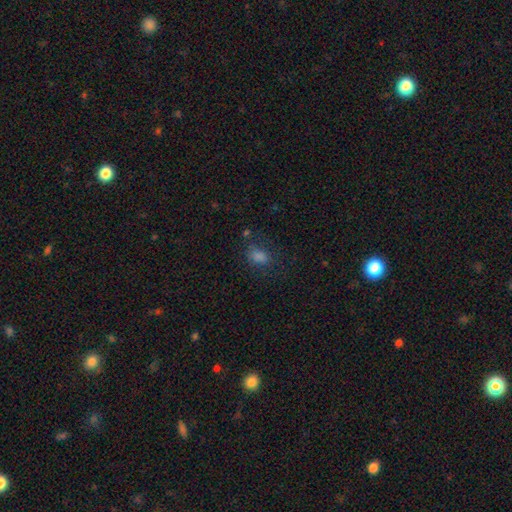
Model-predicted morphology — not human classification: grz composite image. It shows a smooth galaxy with no disk features (69%) that is in between round and cigar-shaped (68%). Merging: none (72%).